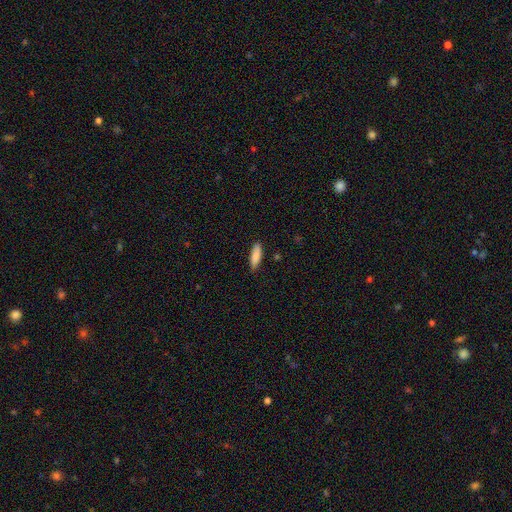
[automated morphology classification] Smooth or featured: smooth — 87% (featured or disk — 7%)
How rounded: cigar-shaped — 54% (in between — 45%)
Merging: none — 85% (minor disturbance — 12%)